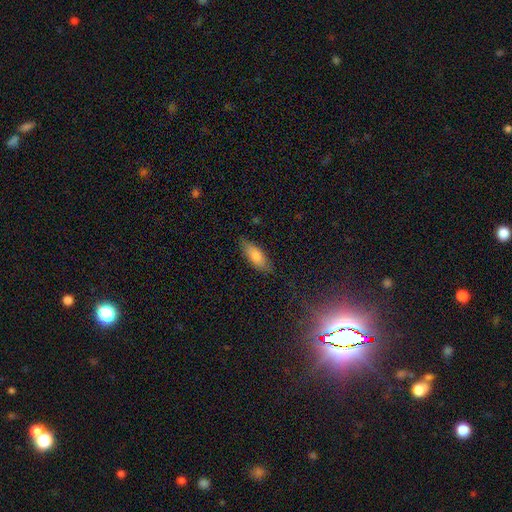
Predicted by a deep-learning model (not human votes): Morphology: type=smooth (84%); roundness=in between (71%); merging=none (81%).